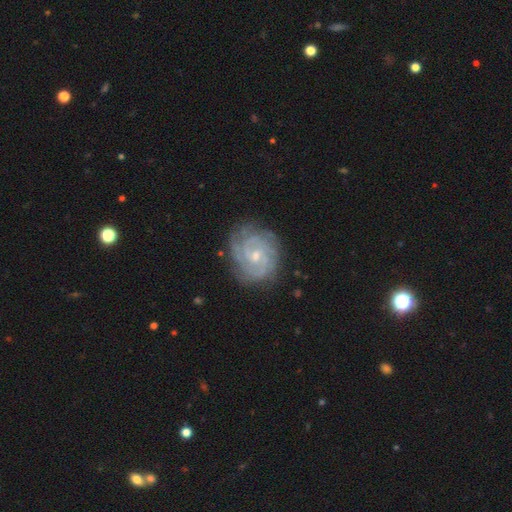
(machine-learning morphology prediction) Smooth or featured? Predicted: featured or disk (p=0.88). Edge-on disk? Predicted: no (p=0.98). Bar? Predicted: no (p=0.55). Spiral arms? Predicted: yes (p=0.98). Spiral winding? Predicted: tight (p=0.77). Spiral arm count? Predicted: 3 (p=0.27). Bulge size? Predicted: small (p=0.58). Merging? Predicted: none (p=0.78).